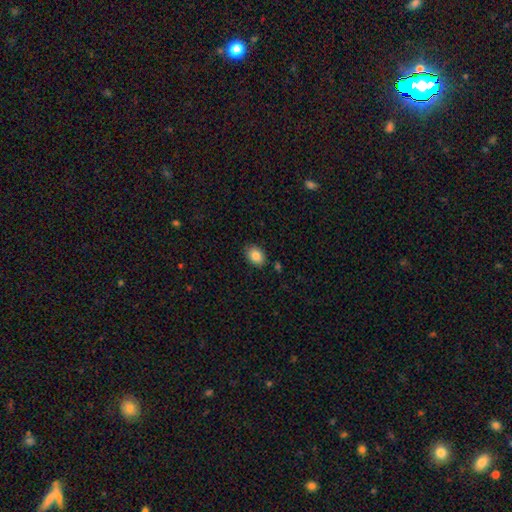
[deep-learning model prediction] Overall: smooth (86%). How rounded: in between (74%). Merging: none (84%).